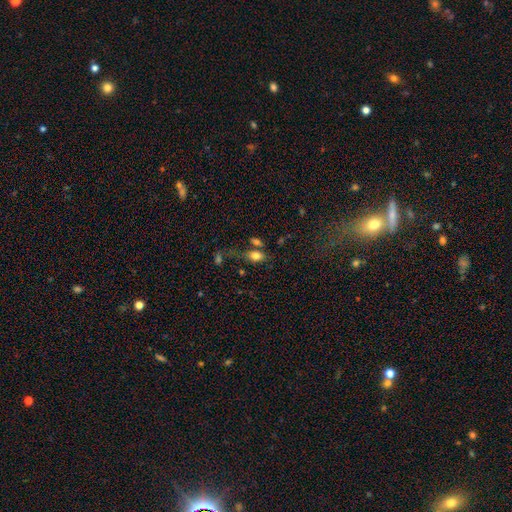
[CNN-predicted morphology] Smooth or featured? Predicted: smooth (p=0.78). How rounded? Predicted: in between (p=0.85). Merging? Predicted: none (p=0.51).